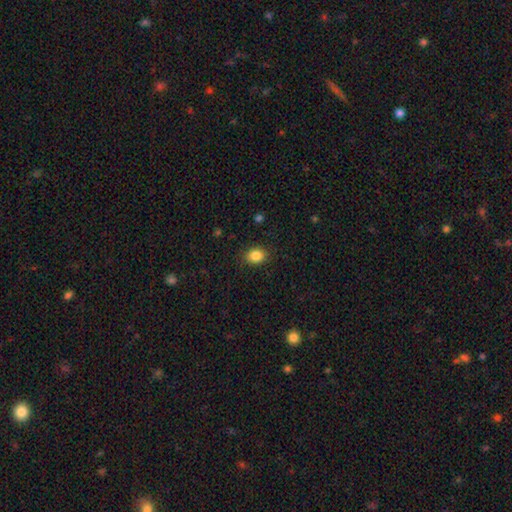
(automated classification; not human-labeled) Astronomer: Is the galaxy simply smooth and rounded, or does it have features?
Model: smooth — 86%.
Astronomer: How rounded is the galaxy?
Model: in between — 56% (runner-up: round, 43%).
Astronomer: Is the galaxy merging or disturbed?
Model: none — 87%.